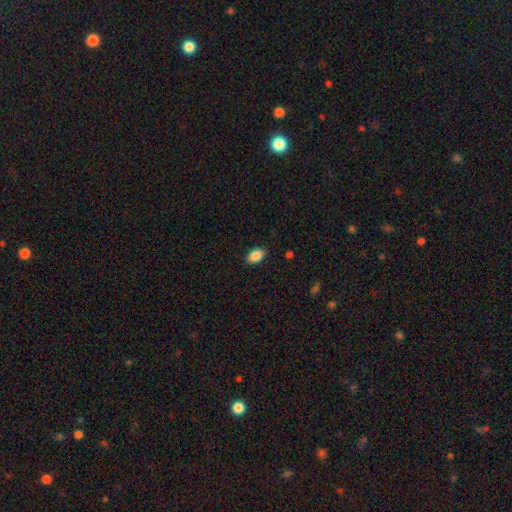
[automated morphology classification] The model was most divided on "merging": none: 89%, minor disturbance: 8%, major disturbance: 2%, merger: 1%. More confident: how rounded — in between (92%); smooth or featured — smooth (88%).